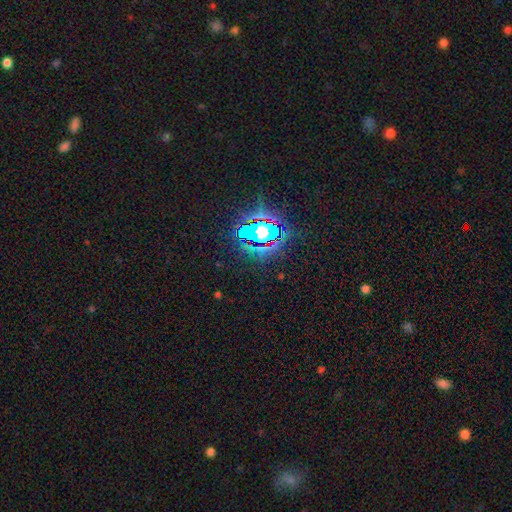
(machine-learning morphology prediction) smooth-or-featured: star or artifact: 81% | smooth: 10% | featured or disk: 8%